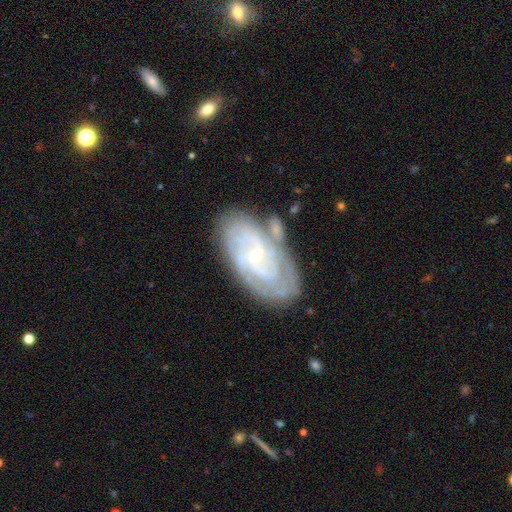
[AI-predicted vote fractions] The model was most divided on "bar": no: 52%, weak: 39%, strong: 9%. Remaining: edge-on disk — no (96%); spiral arms — yes (94%); smooth or featured — featured or disk (83%); bulge size — small (78%); spiral winding — tight (69%); merging — none (62%); spiral arm count — can't tell (36%).